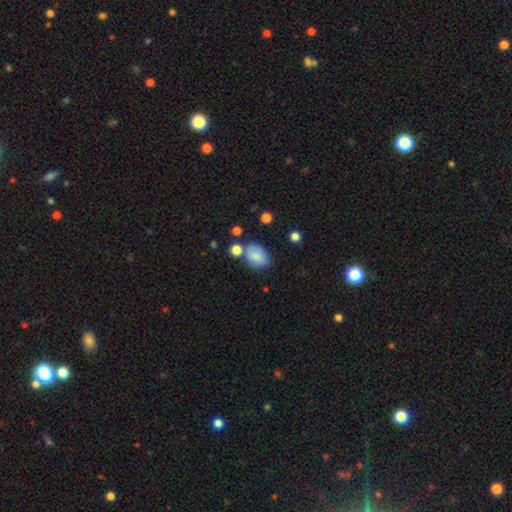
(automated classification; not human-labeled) smooth 74%, featured or disk 16%, star or artifact 9%. Down the decision tree: how rounded — in between (75%); merging — none (56%).